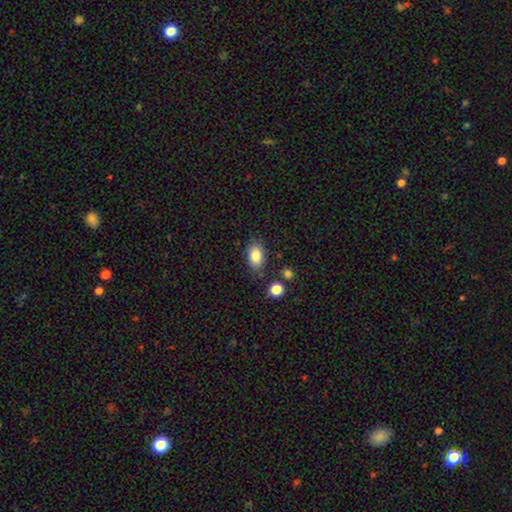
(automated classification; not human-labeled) smooth 85%, star or artifact 8%, featured or disk 7%. Down the decision tree: how rounded — in between (90%); merging — none (80%).